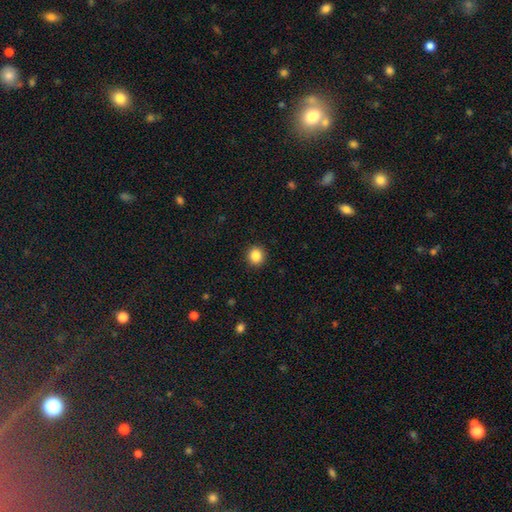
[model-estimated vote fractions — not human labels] Q: Smooth or featured?
A: smooth (86%); runner-up: star or artifact (10%)
Q: How rounded?
A: round (91%); runner-up: in between (8%)
Q: Merging?
A: none (92%); runner-up: minor disturbance (5%)